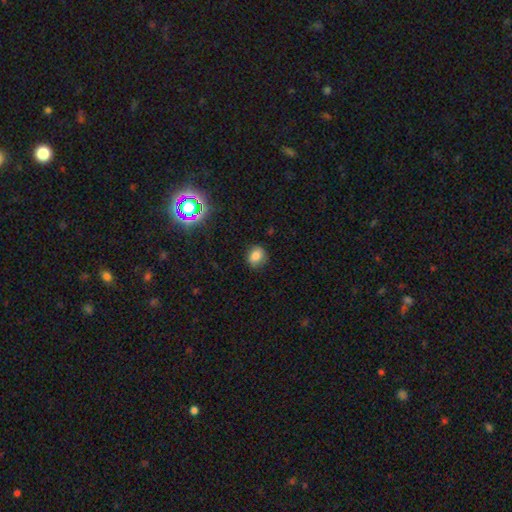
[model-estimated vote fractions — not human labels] A smooth galaxy with no disk features (78%) that is round (63%).

Vote fractions:
- Smooth or featured? smooth: 78% / star or artifact: 14% / featured or disk: 8%
- How rounded? round: 63% / in between: 36% / cigar-shaped: 1%
- Merging? none: 81% / minor disturbance: 14% / major disturbance: 3% / merger: 1%